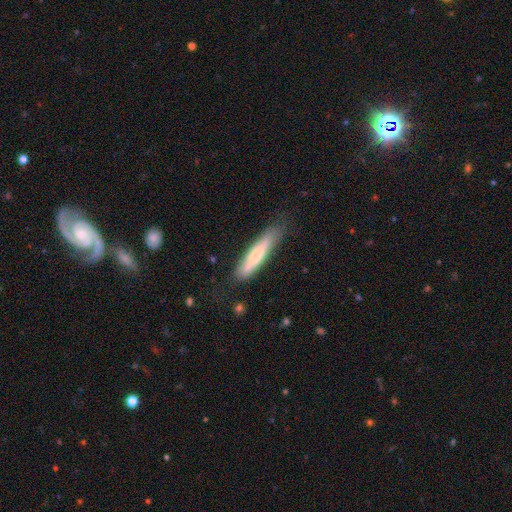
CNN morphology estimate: smooth-or-featured: smooth: 67% | featured or disk: 28% | star or artifact: 6%
  how-rounded: cigar-shaped: 87% | in between: 12% | round: 1%
  merging: none: 72% | minor disturbance: 21% | major disturbance: 5% | merger: 2%